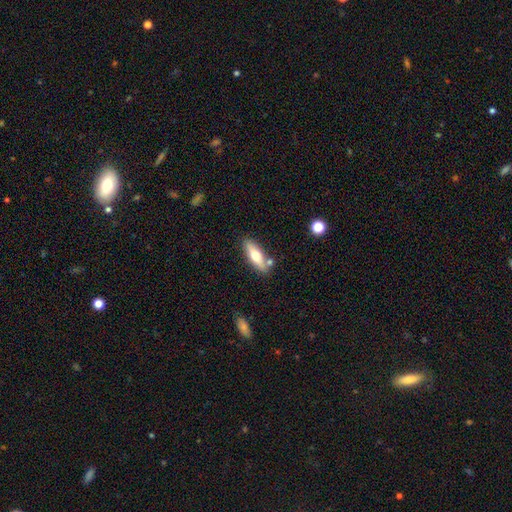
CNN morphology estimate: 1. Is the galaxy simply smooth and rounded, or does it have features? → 57% smooth, 36% featured or disk, 6% star or artifact.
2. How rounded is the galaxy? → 50% in between, 48% cigar-shaped, 3% round.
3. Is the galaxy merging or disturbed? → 78% none, 12% minor disturbance, 7% merger, 3% major disturbance.